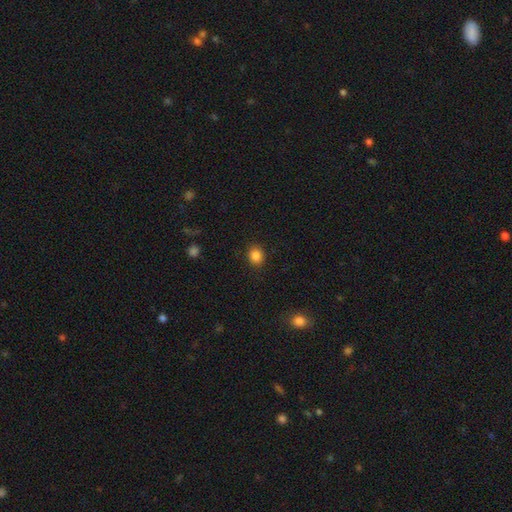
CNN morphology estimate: Smooth or featured?
  - smooth: 86% *
  - star or artifact: 11%
  - featured or disk: 4%
How rounded?
  - round: 70% *
  - in between: 29%
  - cigar-shaped: 1%
Merging?
  - none: 89% *
  - minor disturbance: 8%
  - major disturbance: 2%
  - merger: 1%